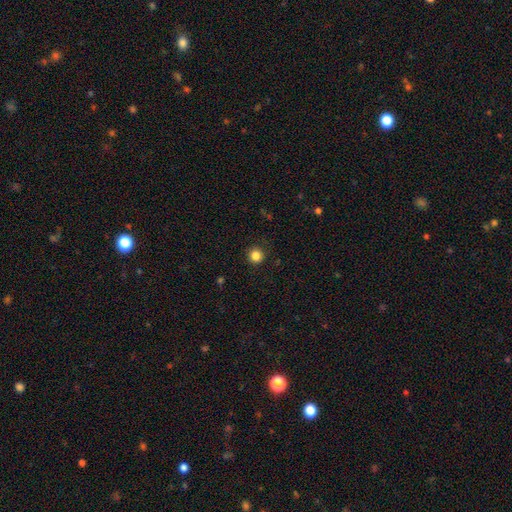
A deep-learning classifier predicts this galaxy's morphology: Smooth or featured?
  - smooth: 85% *
  - star or artifact: 12%
  - featured or disk: 4%
How rounded?
  - round: 95% *
  - in between: 4%
  - cigar-shaped: 1%
Merging?
  - none: 91% *
  - minor disturbance: 6%
  - major disturbance: 2%
  - merger: 1%